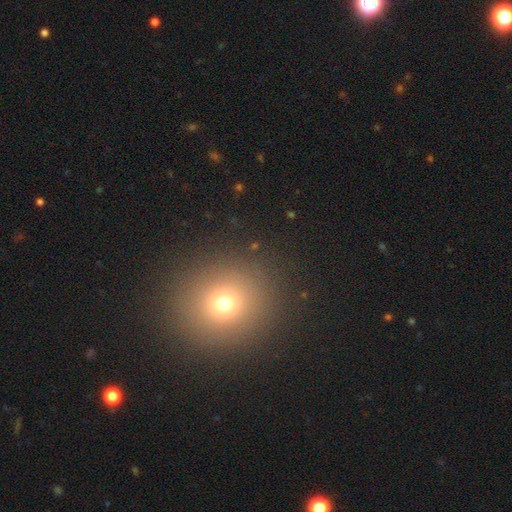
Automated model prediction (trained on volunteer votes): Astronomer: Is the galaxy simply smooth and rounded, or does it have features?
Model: smooth — 64%.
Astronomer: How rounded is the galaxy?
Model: round — 83%.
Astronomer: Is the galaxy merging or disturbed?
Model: none — 92%.